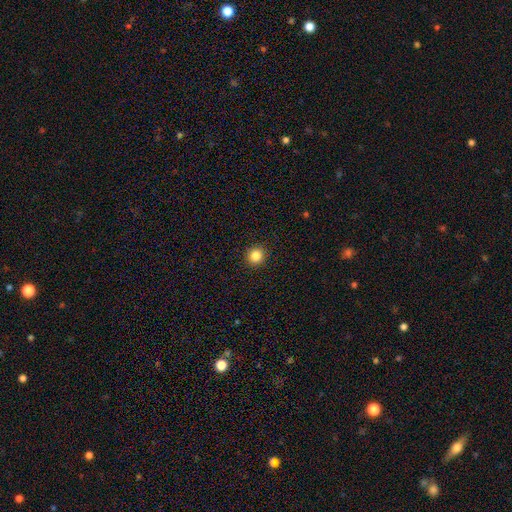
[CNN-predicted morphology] Overall: smooth (85%). How rounded: round (92%). Merging: none (93%).